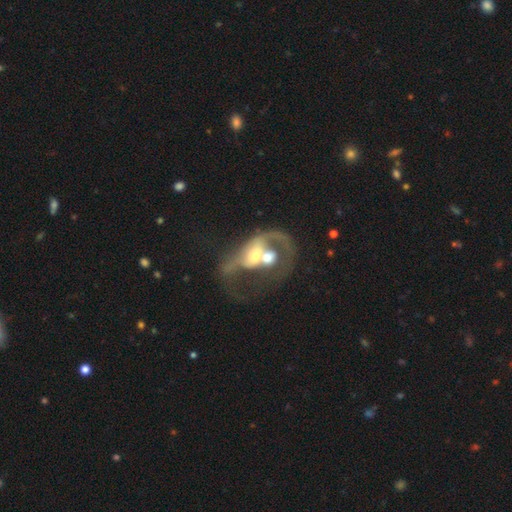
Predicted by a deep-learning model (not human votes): Q: Smooth or featured?
A: featured or disk (66%); runner-up: smooth (26%)
Q: Edge-on disk?
A: no (95%); runner-up: yes (5%)
Q: Bar?
A: no (72%); runner-up: weak (21%)
Q: Spiral arms?
A: no (51%); runner-up: yes (49%)
Q: Bulge size?
A: moderate (57%); runner-up: large (18%)
Q: Merging?
A: merger (66%); runner-up: major disturbance (19%)